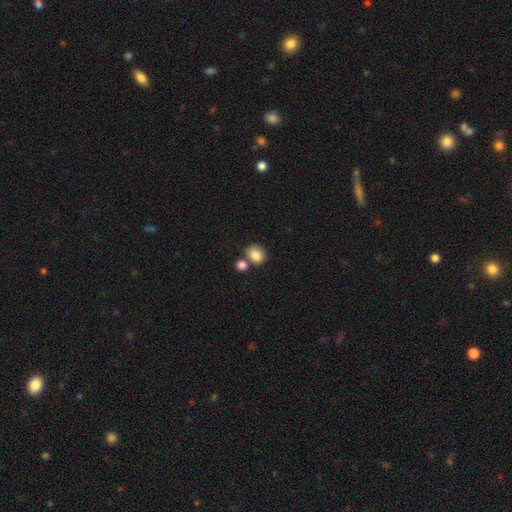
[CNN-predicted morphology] Smooth or featured? Predicted: smooth (p=0.84). How rounded? Predicted: round (p=0.68). Merging? Predicted: none (p=0.55).